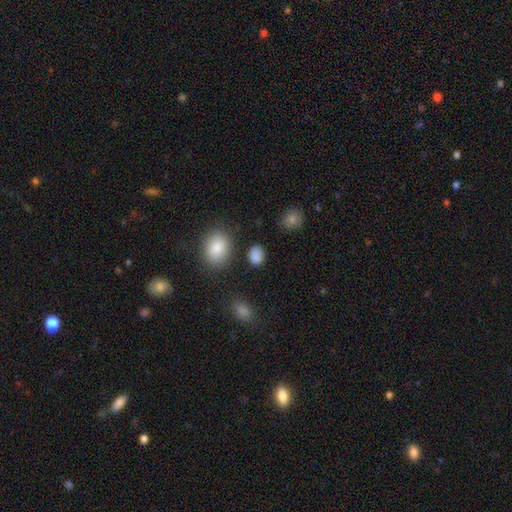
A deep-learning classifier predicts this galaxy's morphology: This appears to be a smooth galaxy with no disk features (86%) that is in between round and cigar-shaped (64%). Merging: none (83%).